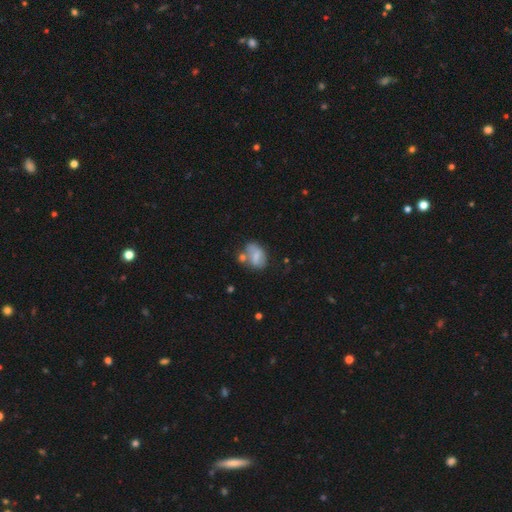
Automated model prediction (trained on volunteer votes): Smooth or featured? smooth (64%)
How rounded? in between (78%)
Merging? none (42%)